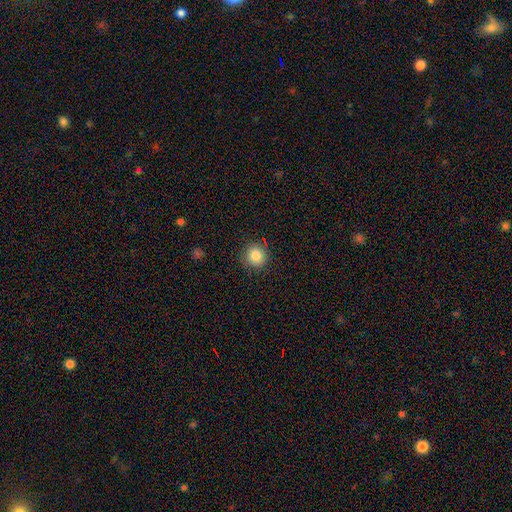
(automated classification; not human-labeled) A smooth galaxy with no disk features (84%) that is round (93%). Merging: none (88%).